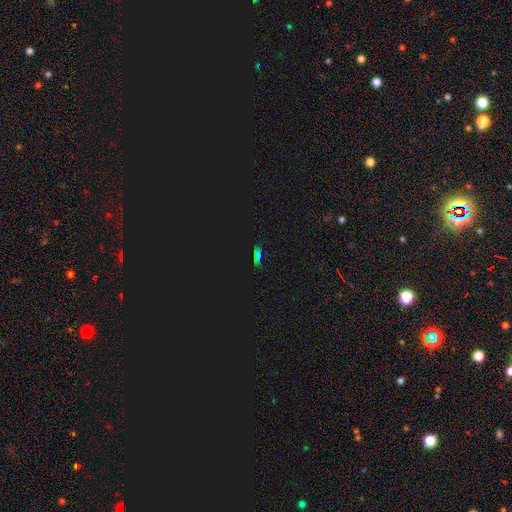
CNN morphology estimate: Smooth or featured?
  - smooth: 45% *
  - star or artifact: 44%
  - featured or disk: 10%
Merging?
  - none: 78% *
  - minor disturbance: 14%
  - major disturbance: 5%
  - merger: 3%